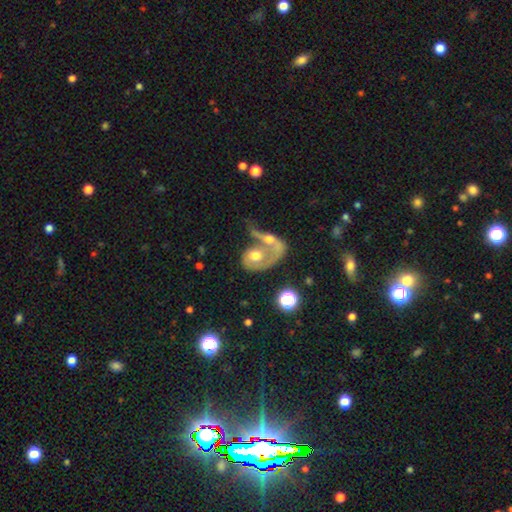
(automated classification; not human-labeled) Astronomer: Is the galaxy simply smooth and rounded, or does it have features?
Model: featured or disk — 57% (runner-up: smooth, 34%).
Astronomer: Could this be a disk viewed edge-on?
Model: no — 95%.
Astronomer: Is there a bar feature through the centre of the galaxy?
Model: no — 81%.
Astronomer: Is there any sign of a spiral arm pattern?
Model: yes — 51% (runner-up: no, 49%).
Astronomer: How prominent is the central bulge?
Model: moderate — 63%.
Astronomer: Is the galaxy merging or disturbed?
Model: merger — 65%.